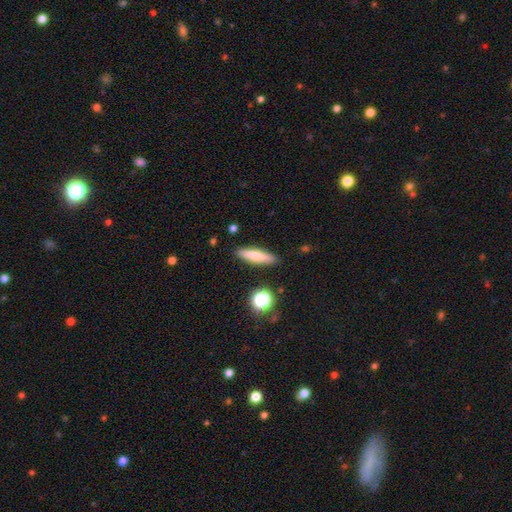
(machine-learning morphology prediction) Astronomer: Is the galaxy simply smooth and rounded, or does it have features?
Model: smooth — 67%.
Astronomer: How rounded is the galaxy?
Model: cigar-shaped — 74%.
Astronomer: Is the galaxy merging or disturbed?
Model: none — 88%.